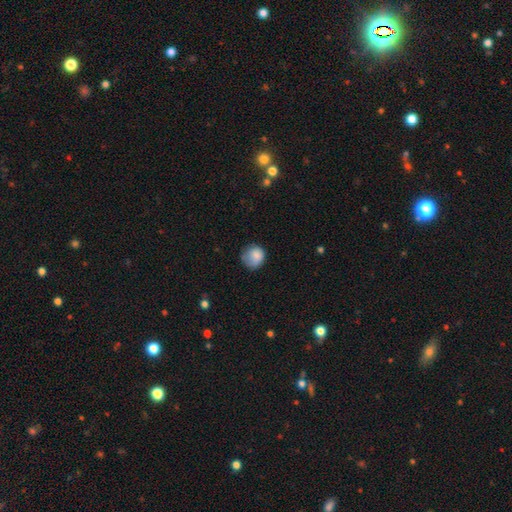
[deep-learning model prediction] Morphology: type=smooth (83%); roundness=round (82%); merging=none (59%).